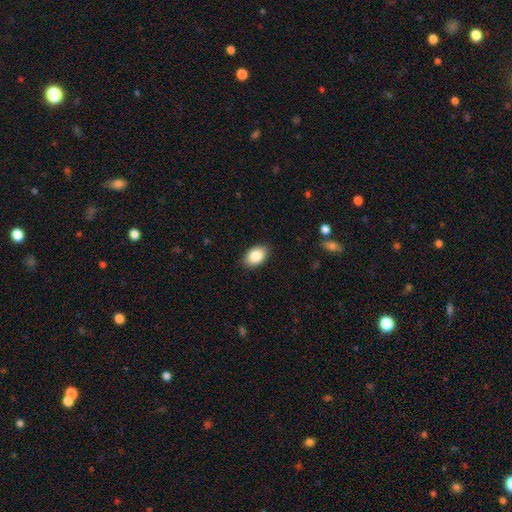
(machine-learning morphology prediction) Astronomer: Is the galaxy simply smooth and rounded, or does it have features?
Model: smooth — 88%.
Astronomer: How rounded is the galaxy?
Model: in between — 89%.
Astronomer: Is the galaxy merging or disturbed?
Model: none — 89%.